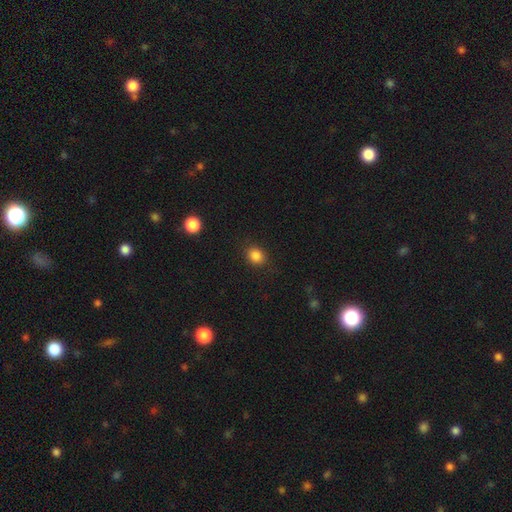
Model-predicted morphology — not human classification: A smooth galaxy with no disk features (85%) that is round (69%).

Vote fractions:
- Smooth or featured? smooth: 85% / star or artifact: 11% / featured or disk: 4%
- How rounded? round: 69% / in between: 30% / cigar-shaped: 1%
- Merging? none: 87% / minor disturbance: 9% / major disturbance: 3% / merger: 1%